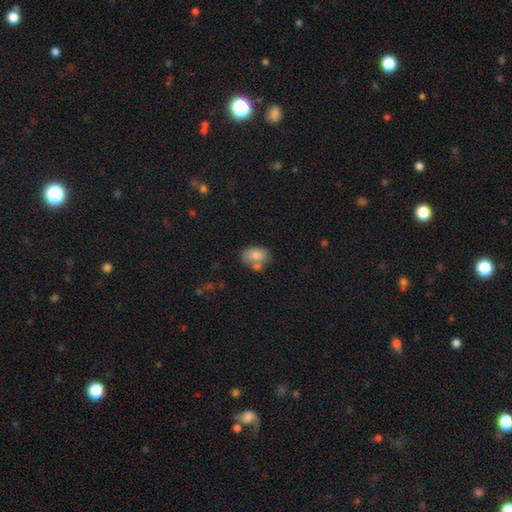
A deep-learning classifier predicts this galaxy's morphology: Smooth or featured: smooth — 78% (featured or disk — 14%)
How rounded: in between — 76% (round — 23%)
Merging: none — 44% (merger — 28%)